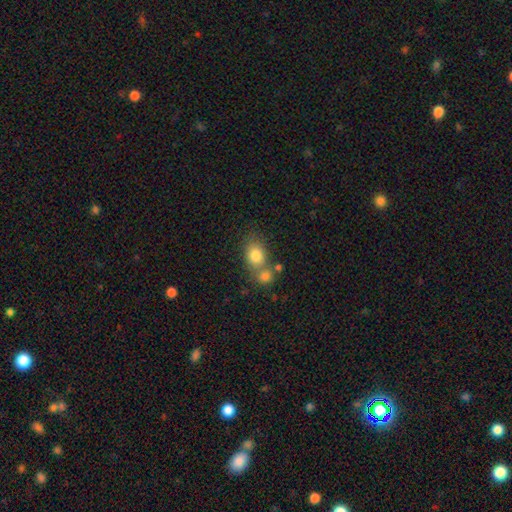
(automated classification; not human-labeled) smooth 79%, featured or disk 11%, star or artifact 10%. Down the decision tree: how rounded — in between (57%); merging — none (48%).